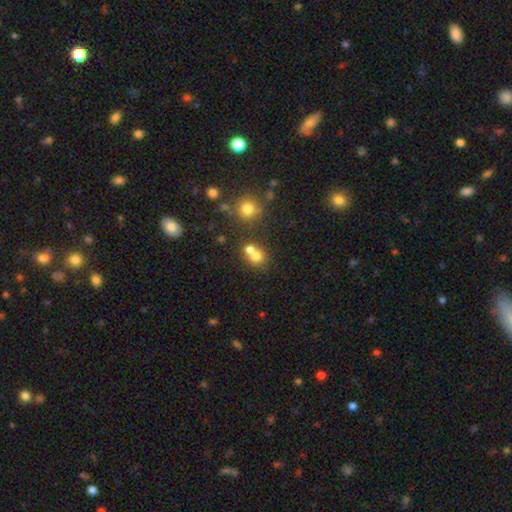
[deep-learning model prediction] Smooth or featured? Predicted: smooth (p=0.72). How rounded? Predicted: round (p=0.79). Merging? Predicted: merger (p=0.45).